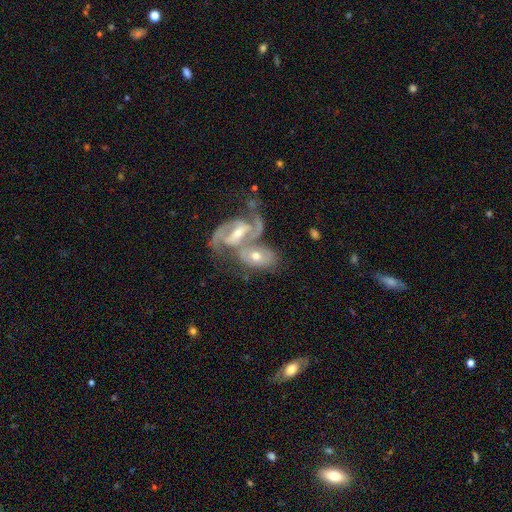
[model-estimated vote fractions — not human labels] Smooth or featured?
  - featured or disk: 81% *
  - smooth: 13%
  - star or artifact: 6%
Edge-on disk?
  - no: 95% *
  - yes: 5%
Bar?
  - weak: 40% *
  - strong: 38%
  - no: 23%
Spiral arms?
  - yes: 93% *
  - no: 7%
Spiral winding?
  - medium: 52% *
  - tight: 30%
  - loose: 18%
Spiral arm count?
  - 2: 83% *
  - can't tell: 8%
  - 1: 4%
  - 3: 3%
  - 4: 1%
  - more than 4: 1%
Bulge size?
  - moderate: 55% *
  - small: 40%
  - large: 3%
  - none: 2%
  - dominant: 1%
Merging?
  - merger: 56% *
  - none: 27%
  - minor disturbance: 10%
  - major disturbance: 7%